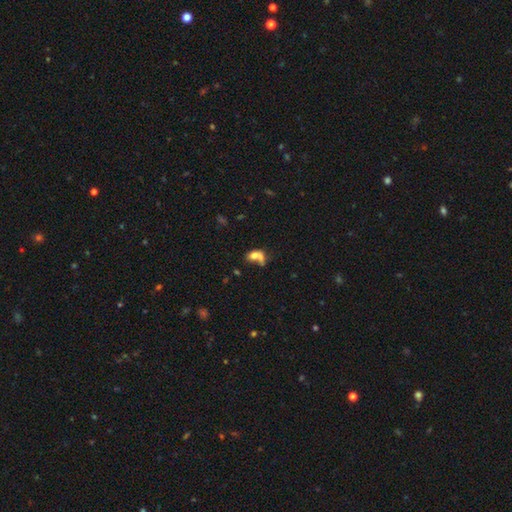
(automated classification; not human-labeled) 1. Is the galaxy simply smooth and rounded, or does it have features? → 68% smooth, 20% featured or disk, 12% star or artifact.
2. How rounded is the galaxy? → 73% in between, 23% round, 4% cigar-shaped.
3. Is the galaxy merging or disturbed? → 53% merger, 22% none, 14% major disturbance, 11% minor disturbance.